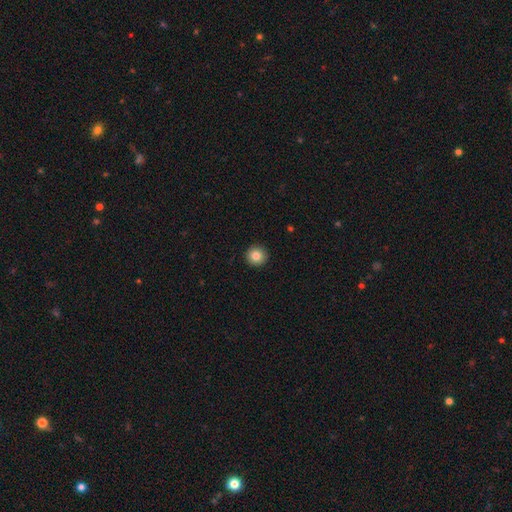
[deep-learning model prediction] Morphology: type=smooth (83%); roundness=round (95%); merging=none (93%).